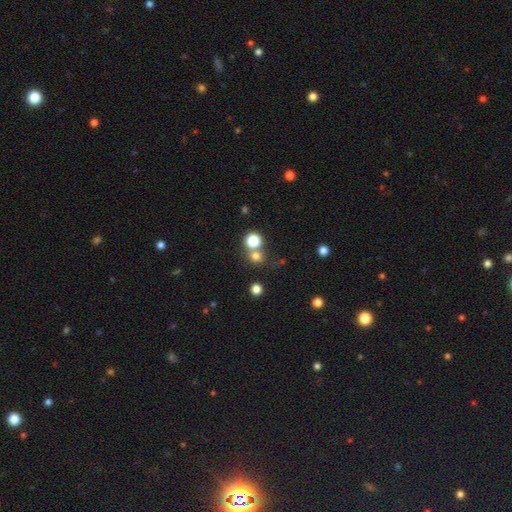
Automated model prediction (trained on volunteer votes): Morphology: type=smooth (74%); roundness=round (88%); merging=none (57%).